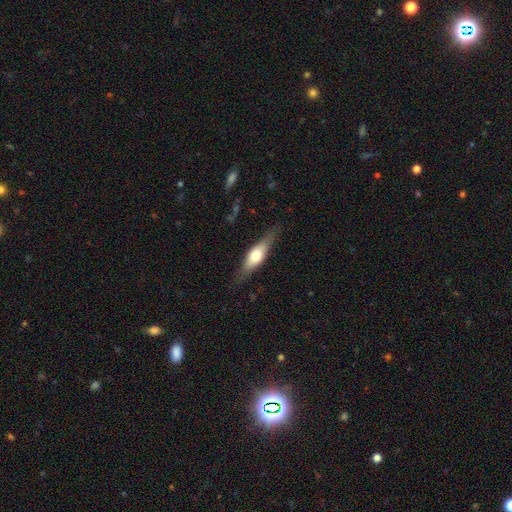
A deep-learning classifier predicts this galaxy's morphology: type=smooth (53%); roundness=cigar-shaped (53%); merging=none (79%).